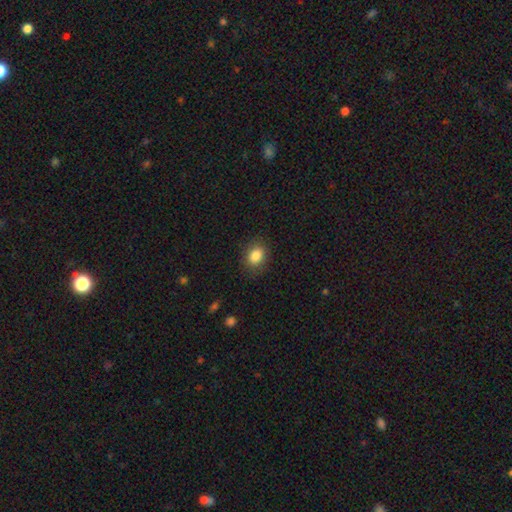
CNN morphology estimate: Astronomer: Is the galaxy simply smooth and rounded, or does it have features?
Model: smooth — 86%.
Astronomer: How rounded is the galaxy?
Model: in between — 65%.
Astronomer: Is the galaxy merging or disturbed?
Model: none — 85%.